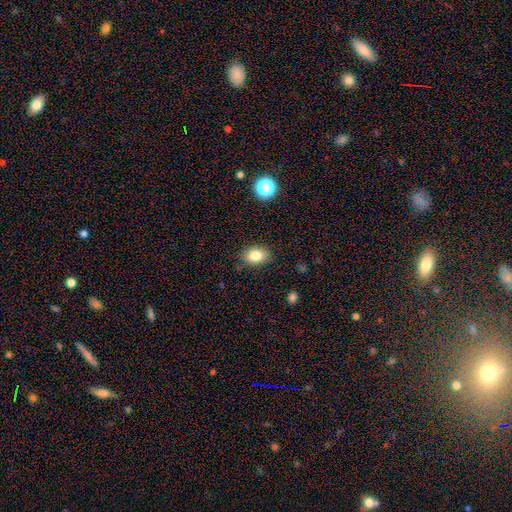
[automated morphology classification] This appears to be a smooth galaxy with no disk features (82%) that is in between round and cigar-shaped (76%). Merging: none (83%).